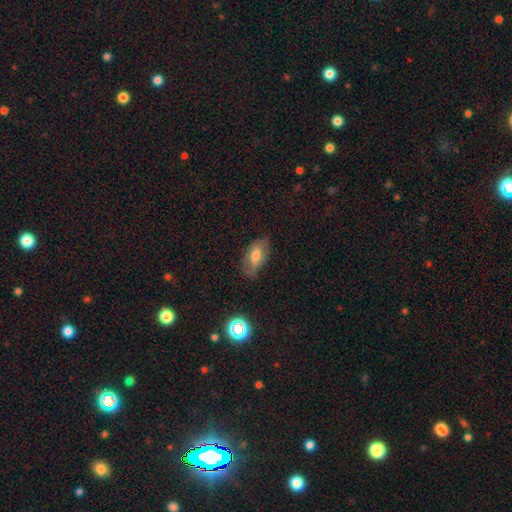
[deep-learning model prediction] smooth 57%, featured or disk 32%, star or artifact 10%. Down the decision tree: how rounded — in between (88%); merging — none (72%).